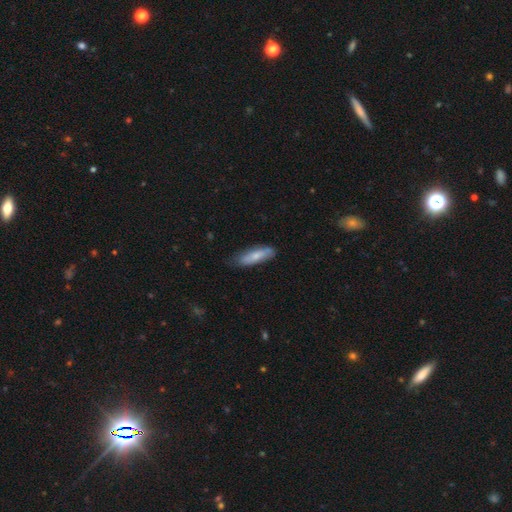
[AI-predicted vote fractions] Smooth or featured? Predicted: smooth (p=0.71). How rounded? Predicted: cigar-shaped (p=0.50). Merging? Predicted: none (p=0.68).